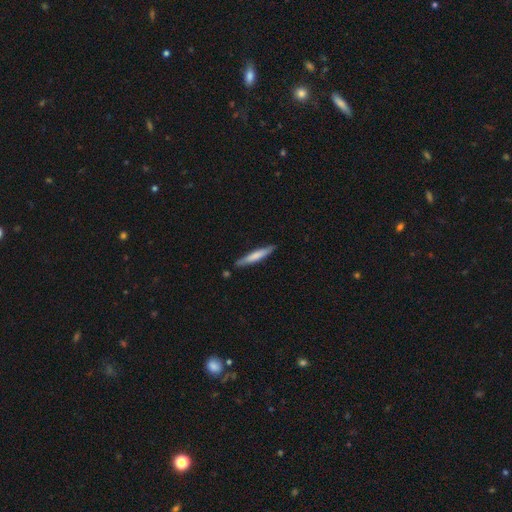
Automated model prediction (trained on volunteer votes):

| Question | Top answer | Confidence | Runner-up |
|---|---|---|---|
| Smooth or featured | smooth | 65% | featured or disk (30%) |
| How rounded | cigar-shaped | 93% | in between (6%) |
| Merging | none | 85% | minor disturbance (11%) |